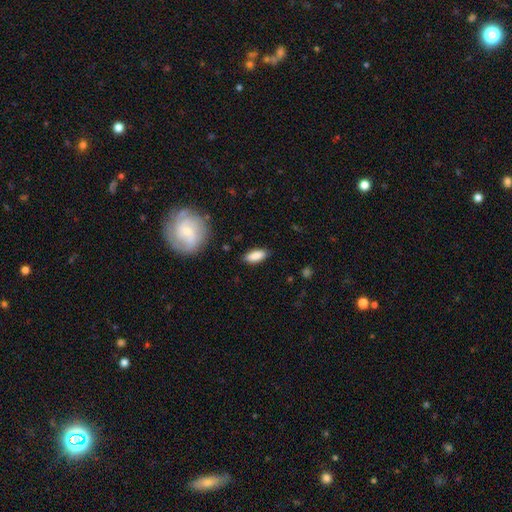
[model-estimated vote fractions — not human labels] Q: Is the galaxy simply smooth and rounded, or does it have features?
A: smooth — 86%.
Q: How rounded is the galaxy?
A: in between — 80%.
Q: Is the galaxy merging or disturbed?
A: none — 84%.